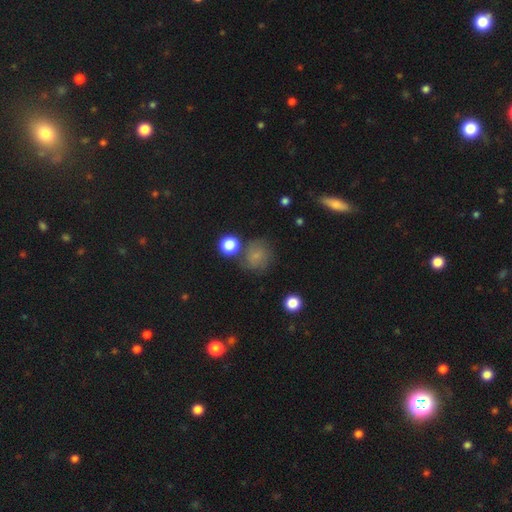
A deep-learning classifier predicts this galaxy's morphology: Overall: smooth (65%). How rounded: round (83%). Merging: none (64%).